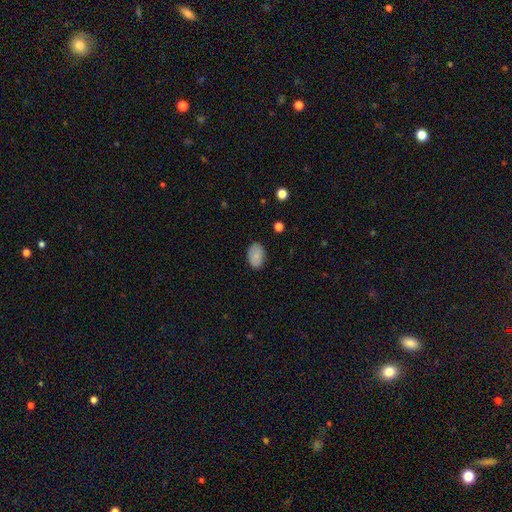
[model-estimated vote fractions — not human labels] Smooth or featured? Predicted: smooth (p=0.84). How rounded? Predicted: in between (p=0.88). Merging? Predicted: none (p=0.85).